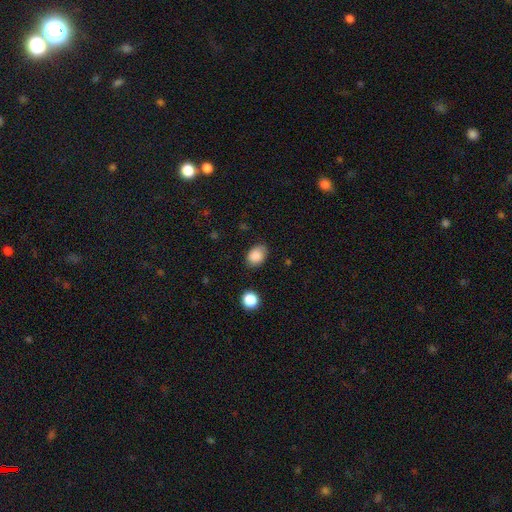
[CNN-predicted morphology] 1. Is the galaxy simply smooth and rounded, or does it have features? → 87% smooth, 9% star or artifact, 5% featured or disk.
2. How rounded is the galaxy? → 71% in between, 28% round, 1% cigar-shaped.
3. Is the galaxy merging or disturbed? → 75% none, 19% minor disturbance, 4% major disturbance, 2% merger.